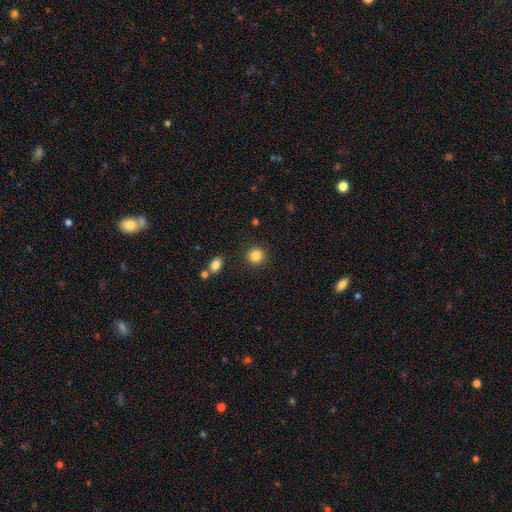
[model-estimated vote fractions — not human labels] Overall: smooth (86%). How rounded: round (91%). Merging: none (89%).